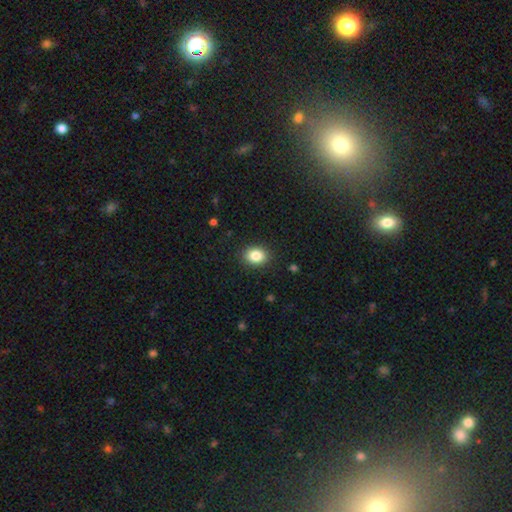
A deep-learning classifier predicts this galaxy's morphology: smooth 85%, star or artifact 9%, featured or disk 6%. Down the decision tree: how rounded — in between (56%); merging — none (89%).